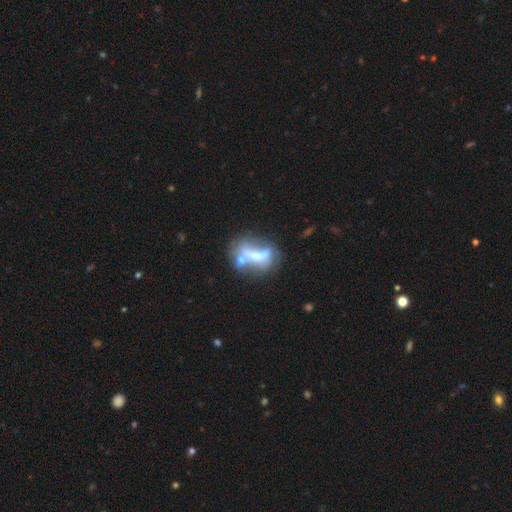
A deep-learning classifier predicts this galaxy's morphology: Overall: featured or disk (51%; smooth 38%). Edge-on disk: no (92%). Merging: merger (38%; none 24%).